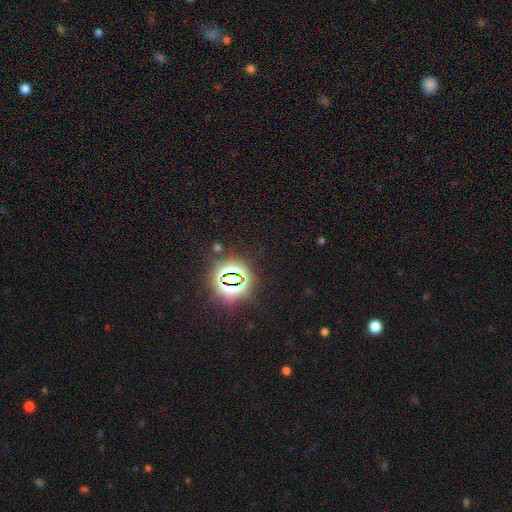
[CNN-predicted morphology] A star or artifact, not a galaxy (80%).

Vote fractions:
- Smooth or featured? star or artifact: 80% / smooth: 12% / featured or disk: 7%